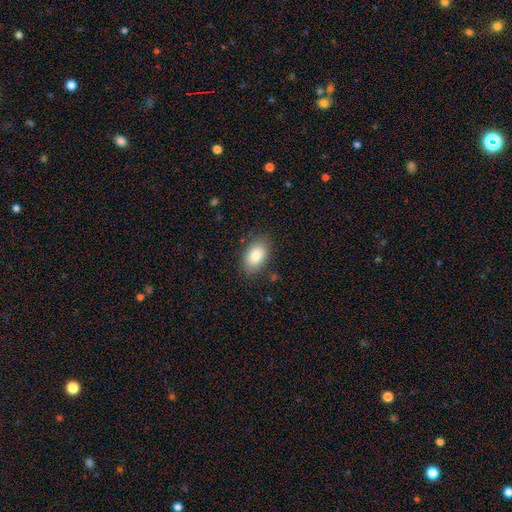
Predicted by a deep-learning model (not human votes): smooth 83%, featured or disk 10%, star or artifact 7%. Down the decision tree: how rounded — in between (91%); merging — none (83%).